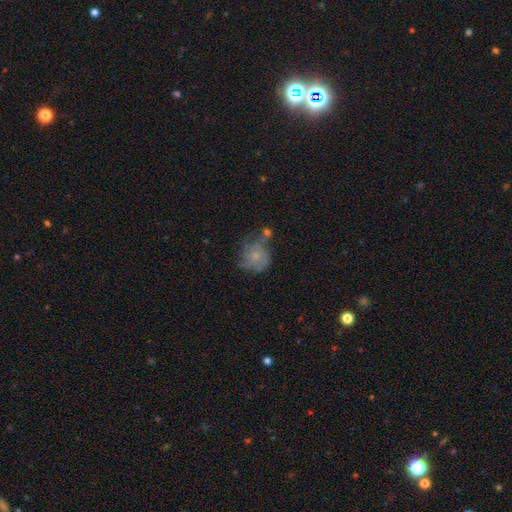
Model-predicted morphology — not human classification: Smooth or featured: featured or disk — 49% (smooth — 40%)
Merging: none — 47% (minor disturbance — 25%)